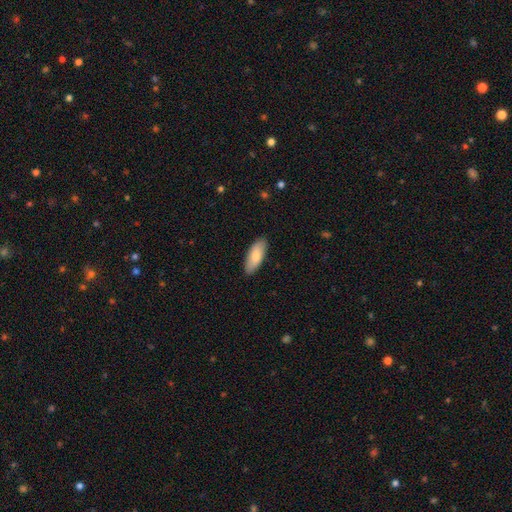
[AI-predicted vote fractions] Smooth or featured: smooth — 81% (featured or disk — 13%)
How rounded: in between — 78% (cigar-shaped — 21%)
Merging: none — 88% (minor disturbance — 9%)